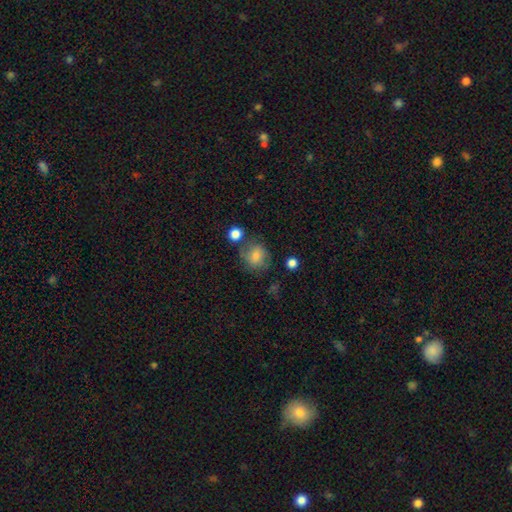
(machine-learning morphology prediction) This is likely a smooth galaxy (61%). How rounded: likely round (76%). Merging: likely none (65%).